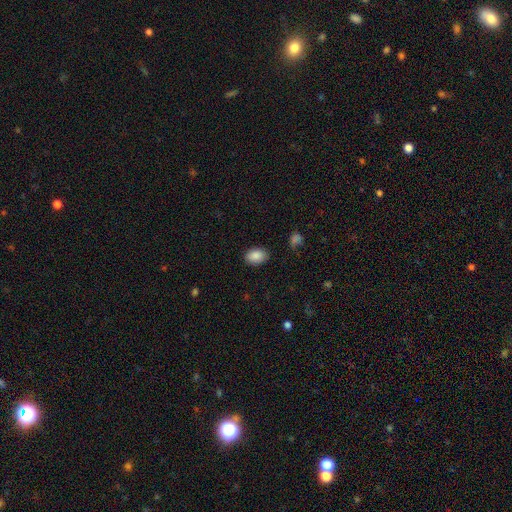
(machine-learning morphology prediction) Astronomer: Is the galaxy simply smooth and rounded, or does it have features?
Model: smooth — 88%.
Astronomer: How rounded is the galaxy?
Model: in between — 84%.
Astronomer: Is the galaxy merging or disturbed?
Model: none — 86%.